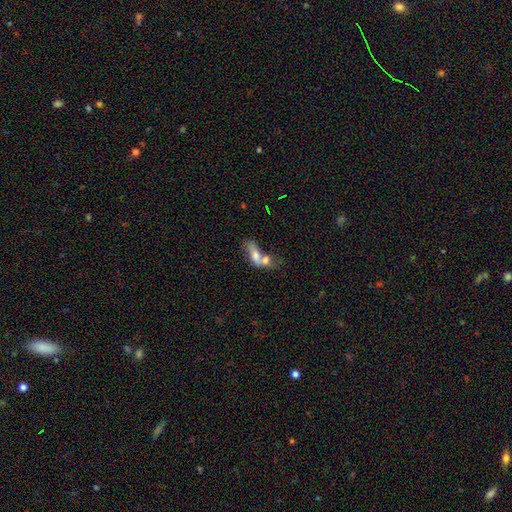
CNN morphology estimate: Smooth or featured? Predicted: smooth (p=0.58). How rounded? Predicted: in between (p=0.70). Merging? Predicted: merger (p=0.69).